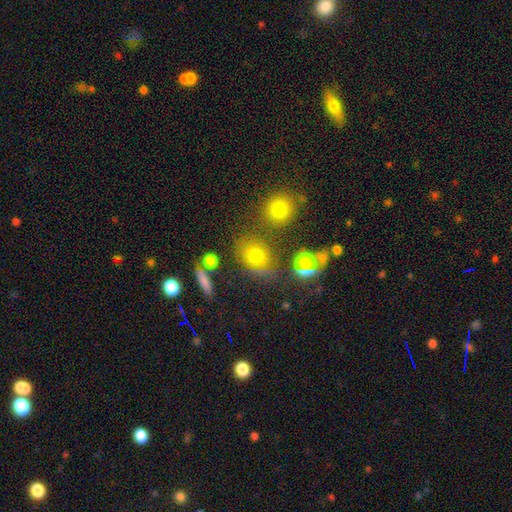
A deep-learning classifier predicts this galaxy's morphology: smooth-or-featured: smooth: 63% | star or artifact: 24% | featured or disk: 13%
  how-rounded: round: 58% | in between: 40% | cigar-shaped: 2%
  merging: none: 68% | minor disturbance: 14% | merger: 11% | major disturbance: 7%